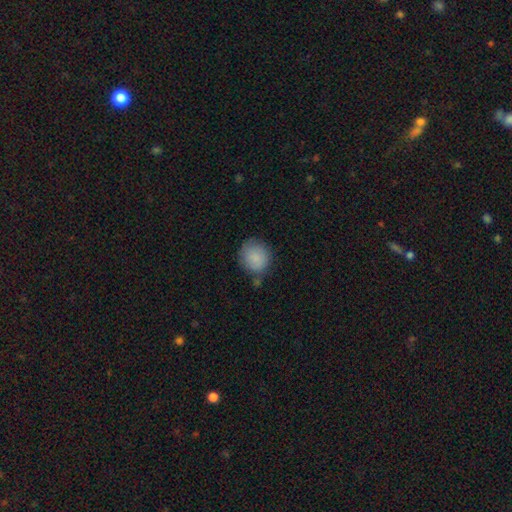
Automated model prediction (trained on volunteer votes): A smooth galaxy with no disk features (88%) that is round (81%).

Vote fractions:
- Smooth or featured? smooth: 88% / star or artifact: 7% / featured or disk: 5%
- How rounded? round: 81% / in between: 18% / cigar-shaped: 1%
- Merging? none: 73% / minor disturbance: 18% / major disturbance: 4% / merger: 4%